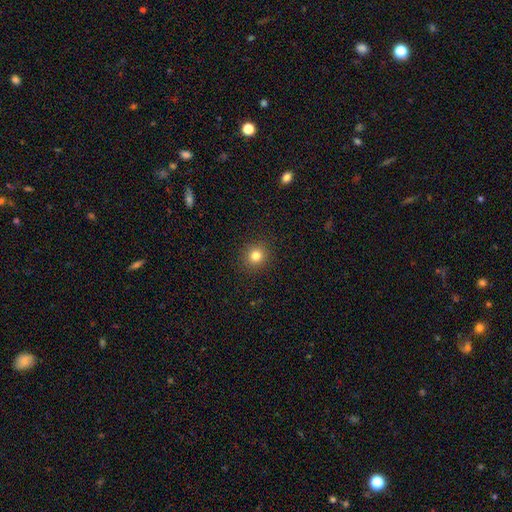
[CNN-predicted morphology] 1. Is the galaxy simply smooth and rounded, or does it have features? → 81% smooth, 13% star or artifact, 6% featured or disk.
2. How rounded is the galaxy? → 90% round, 9% in between, 1% cigar-shaped.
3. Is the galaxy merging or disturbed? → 91% none, 5% minor disturbance, 2% major disturbance, 1% merger.